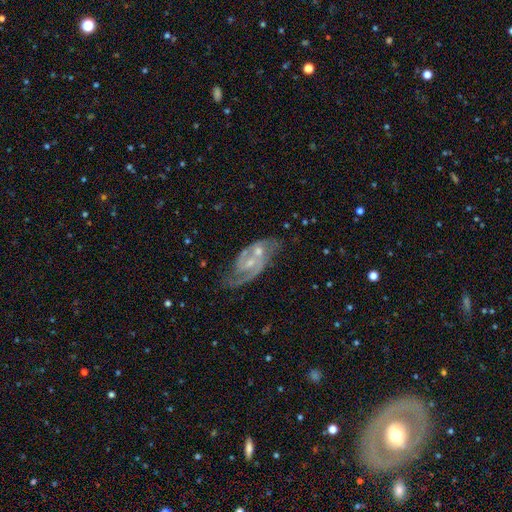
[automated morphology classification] Q: Smooth or featured?
A: featured or disk (86%); runner-up: smooth (7%)
Q: Edge-on disk?
A: no (96%); runner-up: yes (4%)
Q: Bar?
A: no (47%); runner-up: weak (41%)
Q: Spiral arms?
A: yes (96%); runner-up: no (4%)
Q: Spiral winding?
A: medium (53%); runner-up: tight (29%)
Q: Spiral arm count?
A: 2 (83%); runner-up: can't tell (6%)
Q: Bulge size?
A: small (63%); runner-up: moderate (28%)
Q: Merging?
A: none (50%); runner-up: merger (22%)